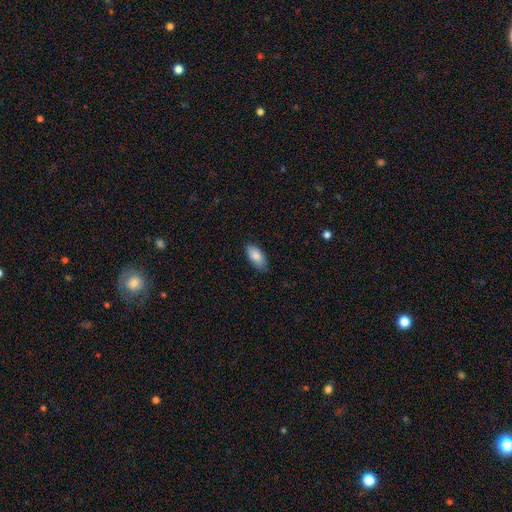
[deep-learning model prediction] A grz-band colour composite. It shows a smooth galaxy with no disk features (85%) that is in between round and cigar-shaped (92%). Merging: none (84%).